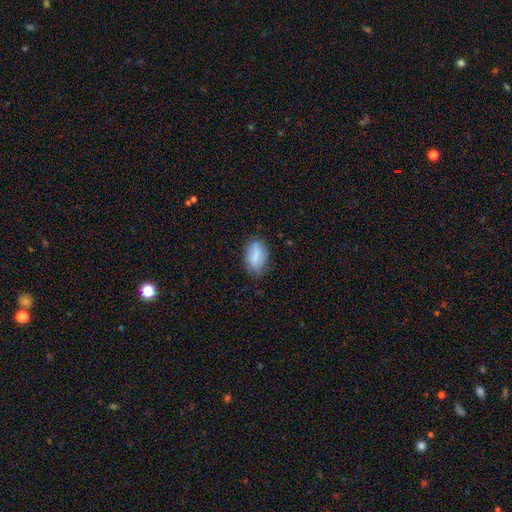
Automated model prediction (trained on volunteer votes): Q: Smooth or featured?
A: smooth (80%); runner-up: featured or disk (12%)
Q: How rounded?
A: in between (88%); runner-up: round (9%)
Q: Merging?
A: none (69%); runner-up: minor disturbance (24%)